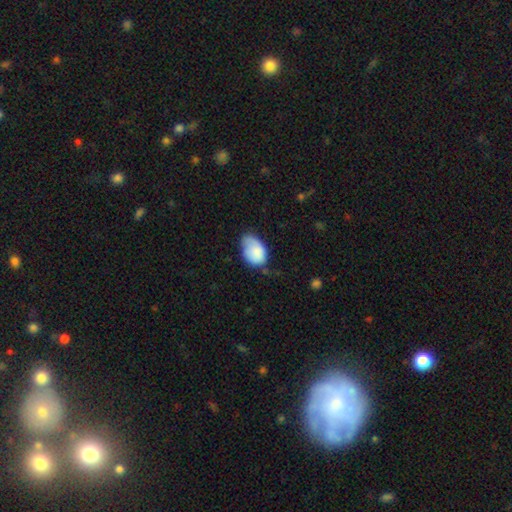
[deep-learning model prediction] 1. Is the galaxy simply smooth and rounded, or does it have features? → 81% smooth, 12% featured or disk, 7% star or artifact.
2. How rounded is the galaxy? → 86% in between, 13% round, 1% cigar-shaped.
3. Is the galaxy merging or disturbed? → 46% minor disturbance, 33% none, 17% major disturbance, 4% merger.